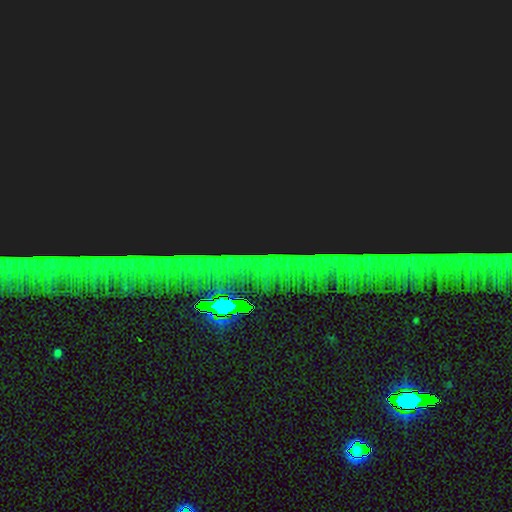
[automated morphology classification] This is clearly a star or artifact rather than a galaxy (86%).